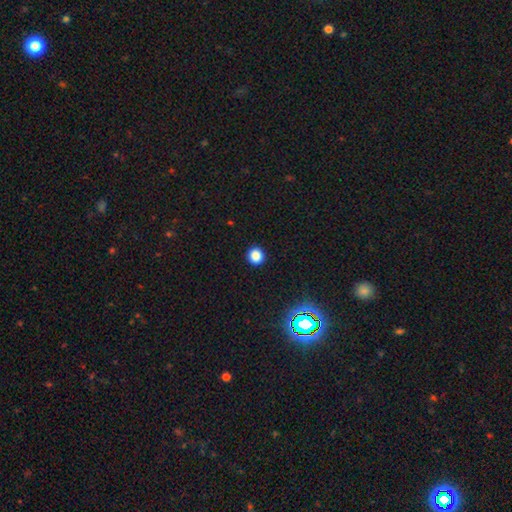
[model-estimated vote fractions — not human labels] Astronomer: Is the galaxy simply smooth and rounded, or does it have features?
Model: smooth — 84%.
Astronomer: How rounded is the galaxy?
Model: round — 93%.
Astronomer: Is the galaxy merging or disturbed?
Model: none — 93%.